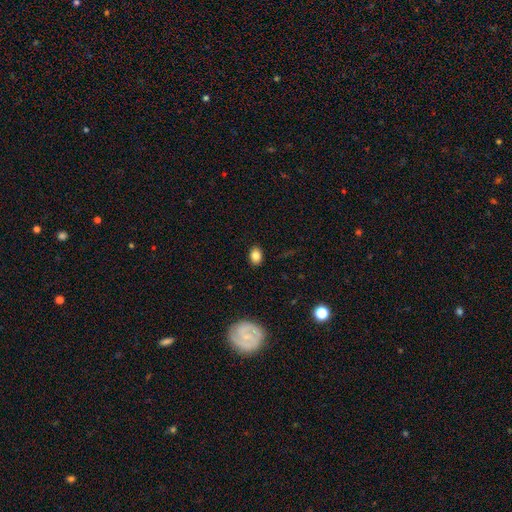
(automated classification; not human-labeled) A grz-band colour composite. It shows a smooth galaxy with no disk features (84%) that is in between round and cigar-shaped (73%). Merging: none (88%).